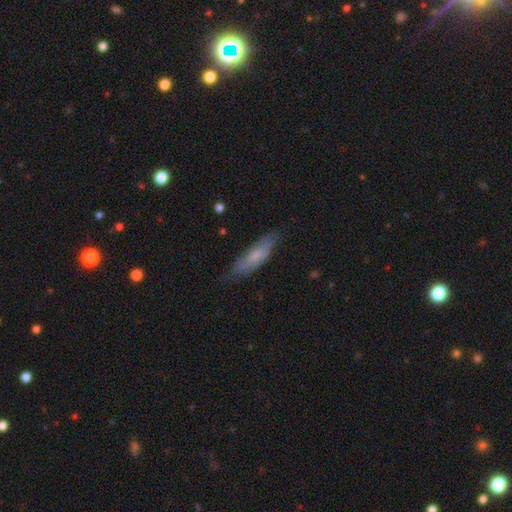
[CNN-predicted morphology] This appears to be a smooth galaxy with no disk features (59%) that is cigar-shaped (64%). Merging: none (76%).